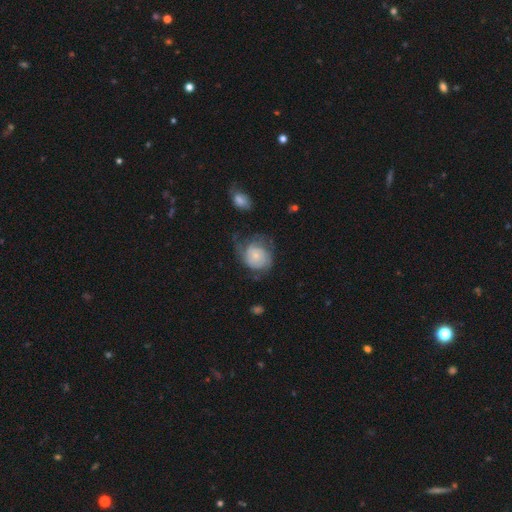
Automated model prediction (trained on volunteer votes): Morphology: type=featured or disk (57%); edge-on=no (98%); bar=no (79%); spiral arms=yes (82%); bulge=small (68%); merging=none (39%).